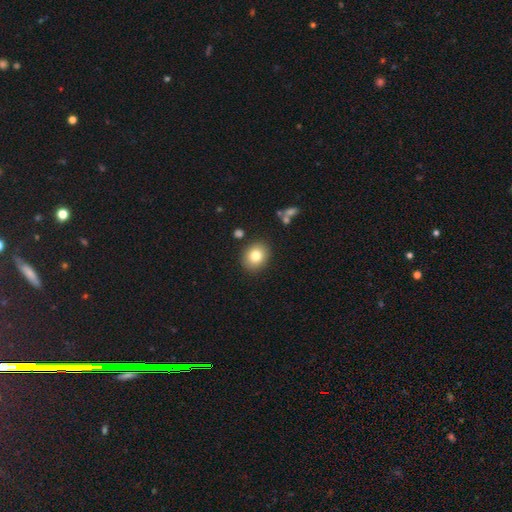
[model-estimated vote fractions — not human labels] smooth-or-featured: smooth: 80% | featured or disk: 10% | star or artifact: 10%
  how-rounded: round: 64% | in between: 35% | cigar-shaped: 1%
  merging: none: 87% | minor disturbance: 8% | major disturbance: 2% | merger: 2%